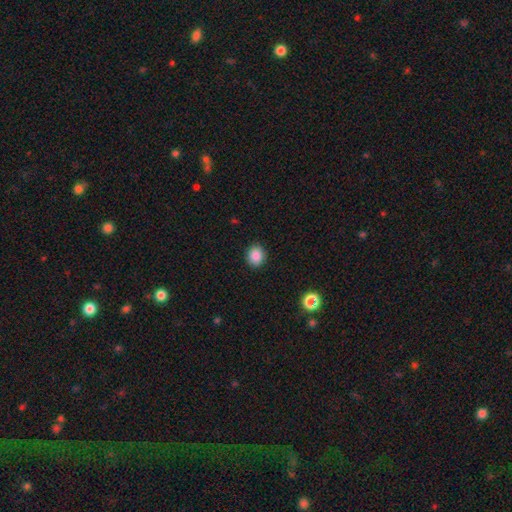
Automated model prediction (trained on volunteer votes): Smooth or featured? Predicted: smooth (p=0.86). How rounded? Predicted: round (p=0.73). Merging? Predicted: none (p=0.90).